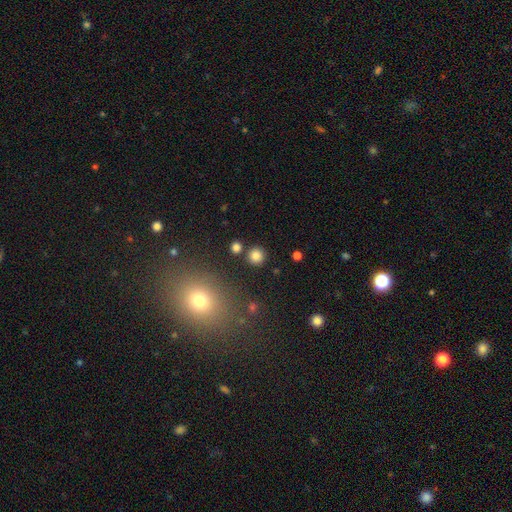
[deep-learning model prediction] smooth_or_featured: smooth (p=0.82) [alt: star or artifact p=0.13]
how_rounded: round (p=0.93) [alt: in between p=0.06]
merging: none (p=0.86) [alt: minor disturbance p=0.06]